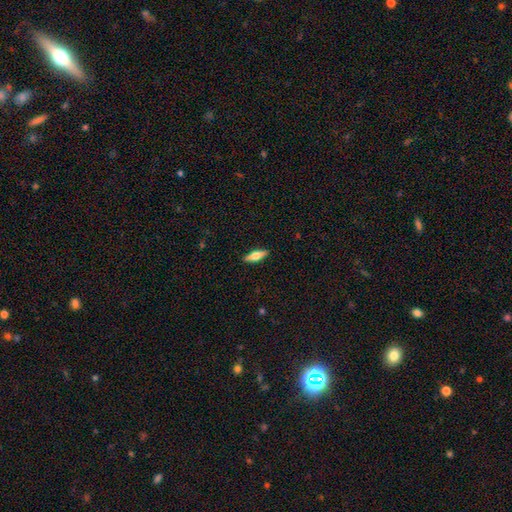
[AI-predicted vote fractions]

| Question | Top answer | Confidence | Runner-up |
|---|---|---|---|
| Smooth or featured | smooth | 56% | featured or disk (38%) |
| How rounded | in between | 50% | cigar-shaped (47%) |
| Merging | none | 90% | minor disturbance (8%) |